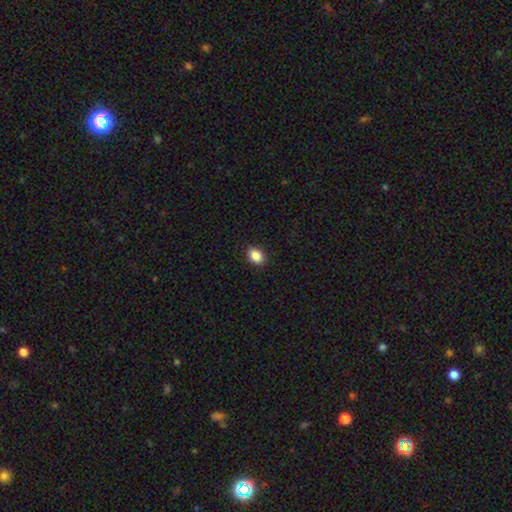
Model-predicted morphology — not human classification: Smooth or featured? smooth (87%)
How rounded? in between (66%)
Merging? none (90%)